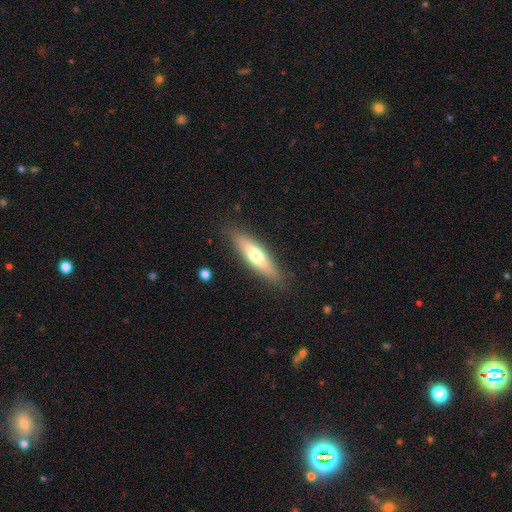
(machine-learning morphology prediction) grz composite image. It shows a smooth galaxy with no disk features (57%) that is cigar-shaped (72%). Merging: none (86%).